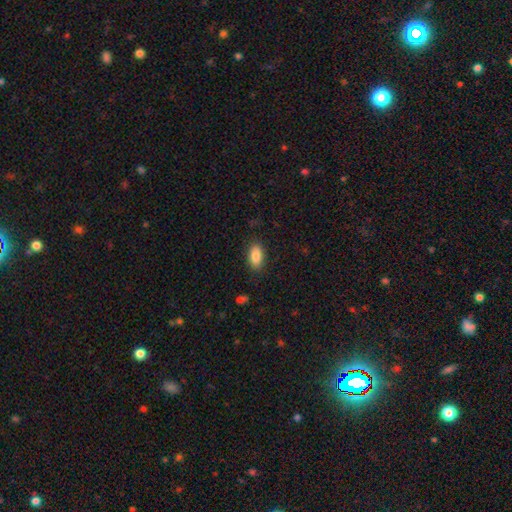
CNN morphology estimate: type=smooth (85%); roundness=in between (91%); merging=none (85%).